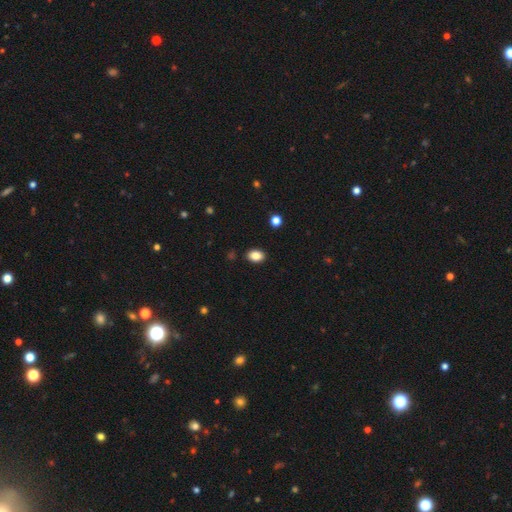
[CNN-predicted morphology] Smooth or featured? smooth (86%)
How rounded? in between (78%)
Merging? none (89%)